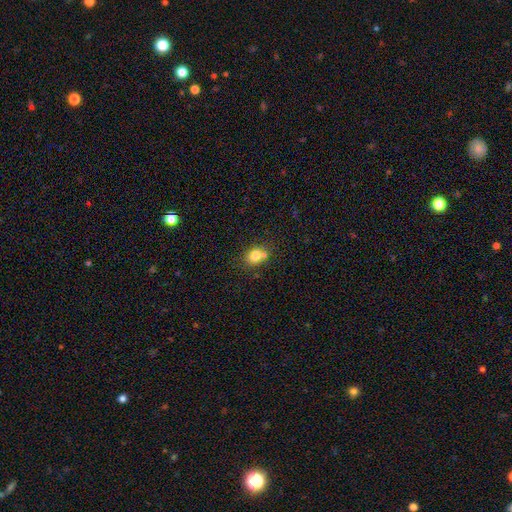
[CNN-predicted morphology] smooth 77%, star or artifact 12%, featured or disk 11%. Down the decision tree: how rounded — round (59%); merging — none (56%).